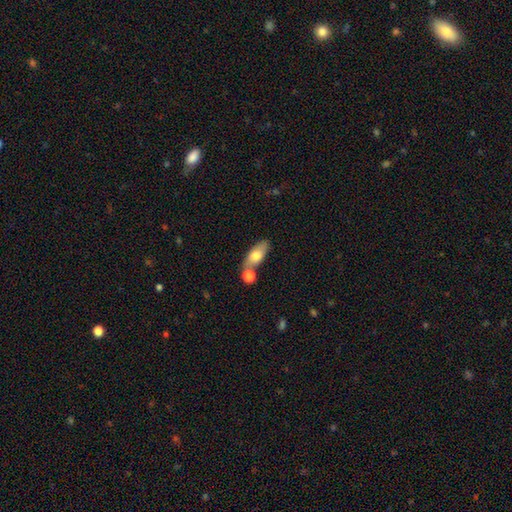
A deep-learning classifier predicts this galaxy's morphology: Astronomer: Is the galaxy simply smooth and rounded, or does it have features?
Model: smooth — 70%.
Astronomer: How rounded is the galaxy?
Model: in between — 78%.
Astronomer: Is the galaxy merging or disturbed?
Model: none — 60%.